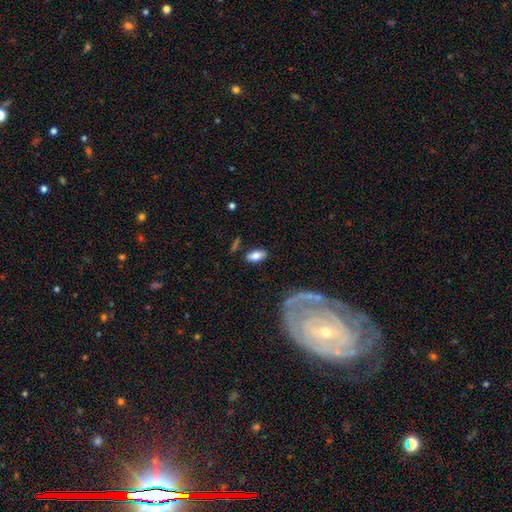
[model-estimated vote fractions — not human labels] smooth-or-featured: smooth: 78% | featured or disk: 15% | star or artifact: 7%
  how-rounded: in between: 89% | cigar-shaped: 8% | round: 3%
  merging: none: 82% | minor disturbance: 11% | major disturbance: 4% | merger: 3%